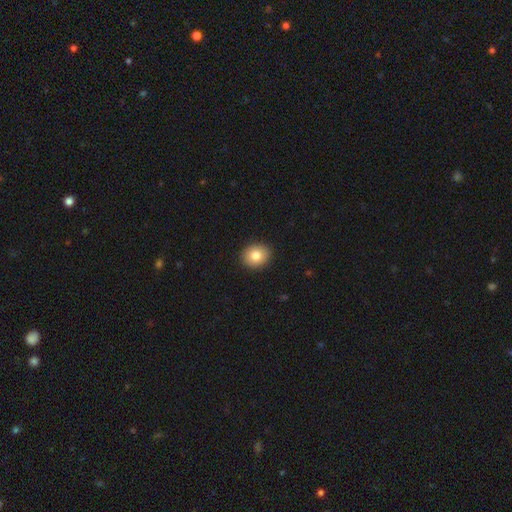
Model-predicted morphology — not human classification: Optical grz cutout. It shows a smooth galaxy with no disk features (81%) that is round (64%). Merging: none (91%).